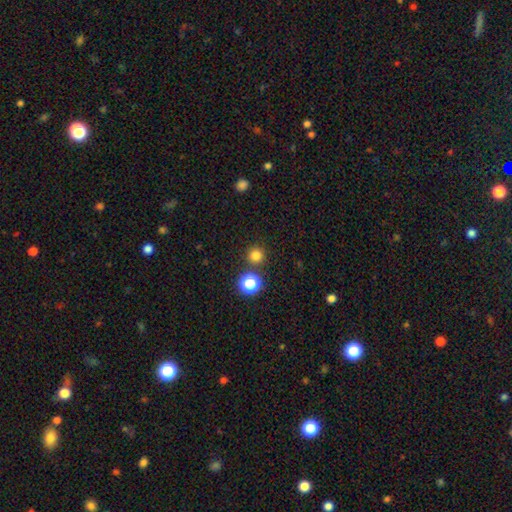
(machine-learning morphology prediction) Overall: smooth (80%). How rounded: round (95%). Merging: none (86%).